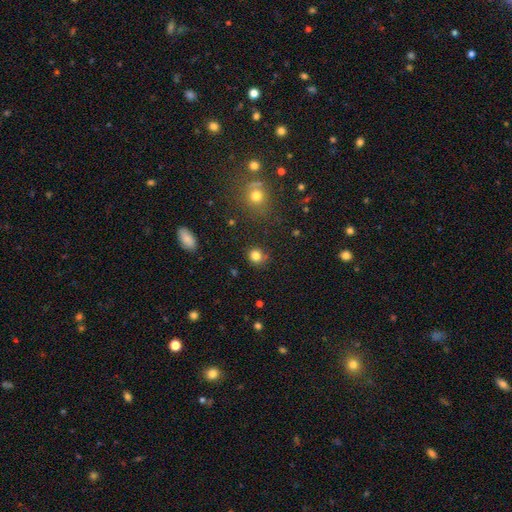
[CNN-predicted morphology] smooth-or-featured: smooth: 81% | star or artifact: 14% | featured or disk: 6%
  how-rounded: round: 87% | in between: 12% | cigar-shaped: 1%
  merging: none: 78% | minor disturbance: 15% | major disturbance: 5% | merger: 3%